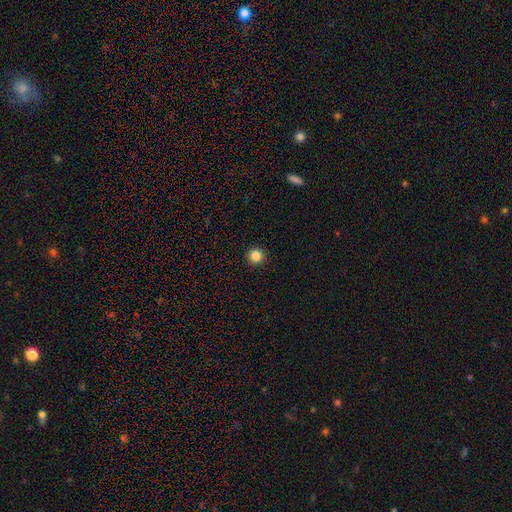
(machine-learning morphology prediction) type=smooth (85%); roundness=round (95%); merging=none (93%).